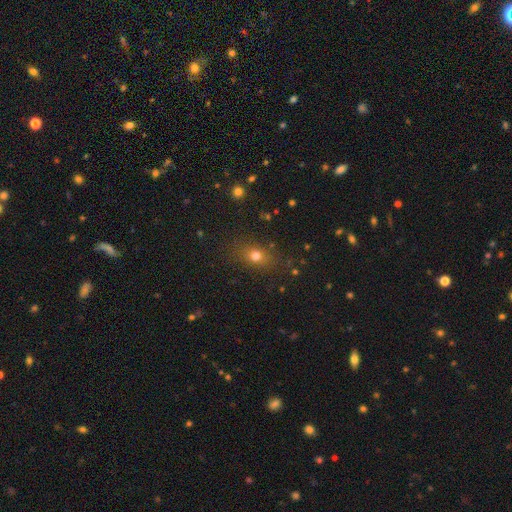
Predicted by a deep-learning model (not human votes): smooth_or_featured: smooth (p=0.72) [alt: star or artifact p=0.17]
how_rounded: in between (p=0.51) [alt: round p=0.45]
merging: none (p=0.83) [alt: minor disturbance p=0.11]